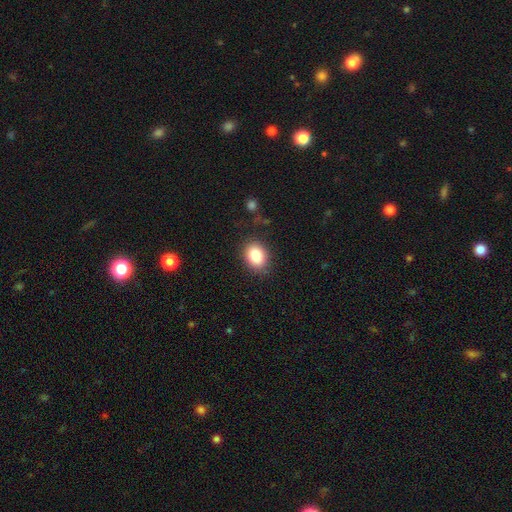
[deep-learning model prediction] Morphology: type=smooth (86%); roundness=in between (66%); merging=none (84%).